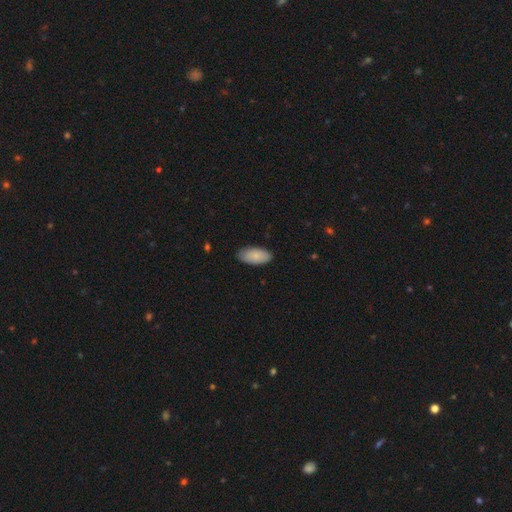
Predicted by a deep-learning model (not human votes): Smooth or featured?
  - smooth: 85% *
  - featured or disk: 9%
  - star or artifact: 6%
How rounded?
  - in between: 94% *
  - cigar-shaped: 4%
  - round: 2%
Merging?
  - none: 84% *
  - minor disturbance: 13%
  - major disturbance: 2%
  - merger: 1%